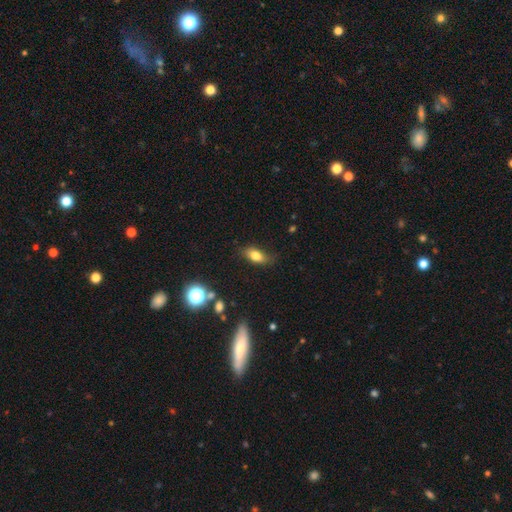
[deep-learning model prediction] The model was most divided on "merging": none: 75%, minor disturbance: 18%, major disturbance: 5%, merger: 2%. More confident: how rounded — in between (82%); smooth or featured — smooth (77%).